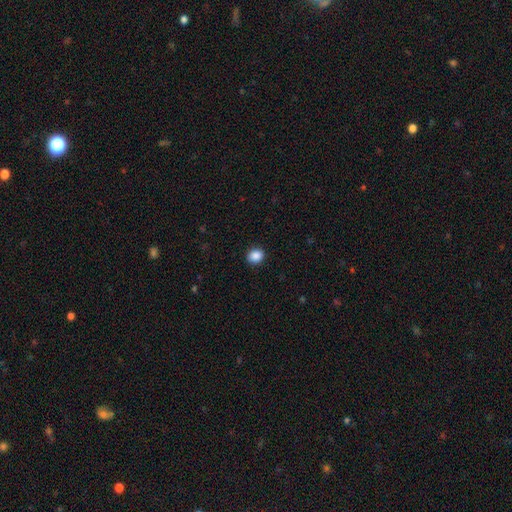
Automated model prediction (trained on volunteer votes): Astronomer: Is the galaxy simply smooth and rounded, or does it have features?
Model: smooth — 88%.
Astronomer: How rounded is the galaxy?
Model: round — 66%.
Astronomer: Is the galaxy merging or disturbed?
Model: none — 91%.